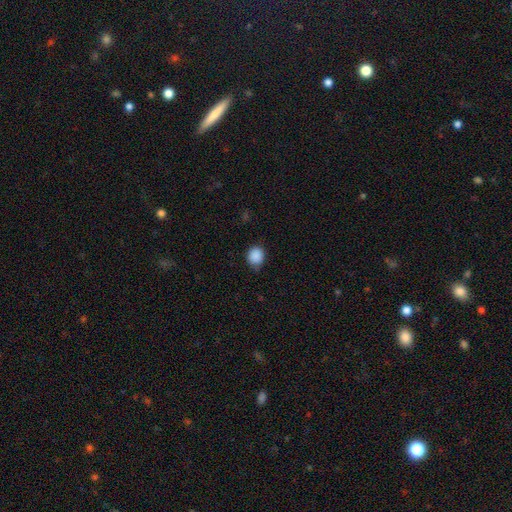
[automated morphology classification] Smooth or featured?
  - smooth: 88% *
  - star or artifact: 9%
  - featured or disk: 3%
How rounded?
  - round: 73% *
  - in between: 26%
  - cigar-shaped: 1%
Merging?
  - none: 76% *
  - minor disturbance: 19%
  - major disturbance: 4%
  - merger: 1%